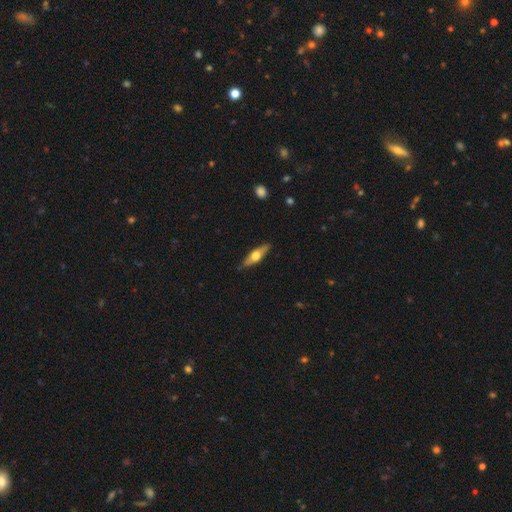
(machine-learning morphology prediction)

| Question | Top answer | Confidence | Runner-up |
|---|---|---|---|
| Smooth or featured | featured or disk | 50% | smooth (45%) |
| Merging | none | 86% | minor disturbance (11%) |